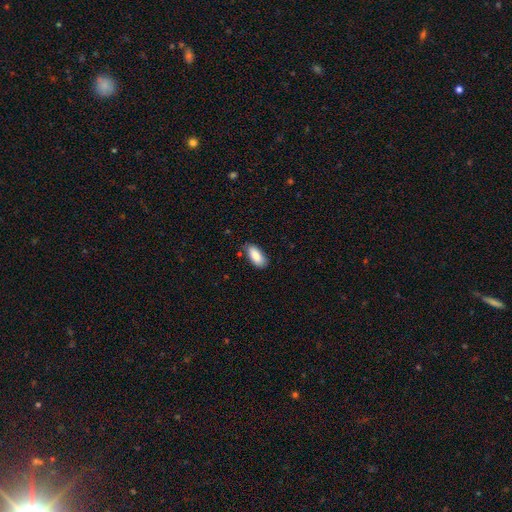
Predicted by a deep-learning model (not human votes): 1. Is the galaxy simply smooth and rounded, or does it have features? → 86% smooth, 8% featured or disk, 6% star or artifact.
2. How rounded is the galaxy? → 88% in between, 10% cigar-shaped, 2% round.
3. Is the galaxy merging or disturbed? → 80% none, 16% minor disturbance, 3% major disturbance, 2% merger.